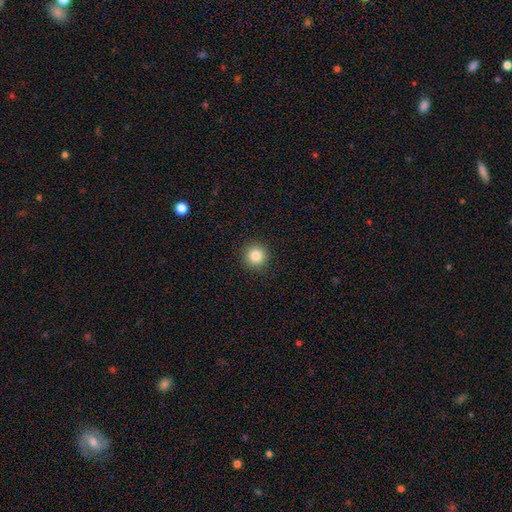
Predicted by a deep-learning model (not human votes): smooth_or_featured: smooth (p=0.85) [alt: star or artifact p=0.11]
how_rounded: round (p=0.95) [alt: in between p=0.04]
merging: none (p=0.92) [alt: minor disturbance p=0.05]